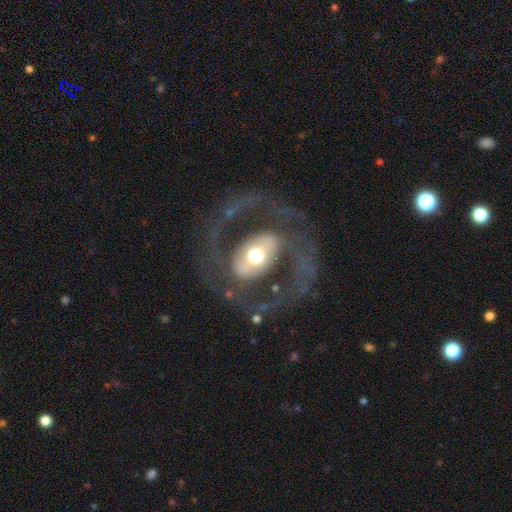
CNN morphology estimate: Q: Smooth or featured?
A: featured or disk (79%); runner-up: smooth (16%)
Q: Edge-on disk?
A: no (94%); runner-up: yes (6%)
Q: Bar?
A: no (36%); runner-up: strong (34%)
Q: Spiral arms?
A: yes (76%); runner-up: no (24%)
Q: Spiral winding?
A: medium (46%); runner-up: loose (34%)
Q: Spiral arm count?
A: 2 (86%); runner-up: can't tell (6%)
Q: Bulge size?
A: moderate (59%); runner-up: large (26%)
Q: Merging?
A: none (68%); runner-up: major disturbance (18%)